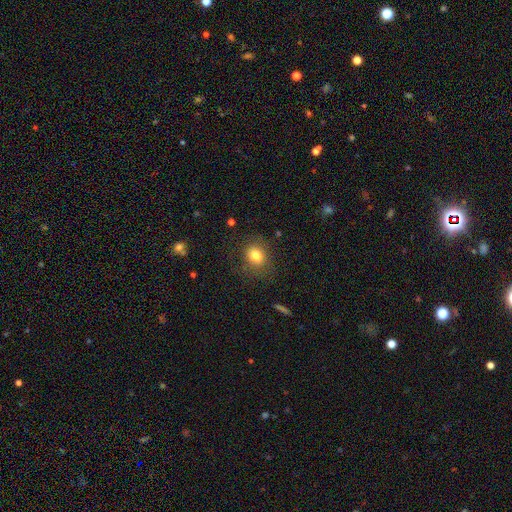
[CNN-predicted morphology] smooth-or-featured: smooth: 79% | star or artifact: 11% | featured or disk: 10%
  how-rounded: round: 67% | in between: 32% | cigar-shaped: 1%
  merging: none: 78% | minor disturbance: 14% | major disturbance: 7% | merger: 1%